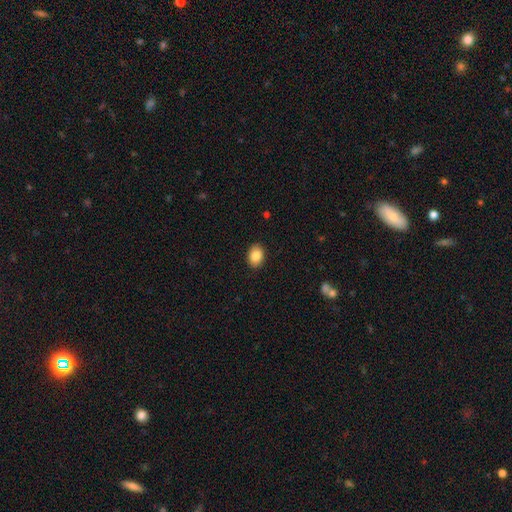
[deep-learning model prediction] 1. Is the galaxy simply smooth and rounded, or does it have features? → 86% smooth, 8% star or artifact, 7% featured or disk.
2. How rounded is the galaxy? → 74% in between, 25% round, 1% cigar-shaped.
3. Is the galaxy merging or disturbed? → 89% none, 8% minor disturbance, 2% major disturbance, 1% merger.